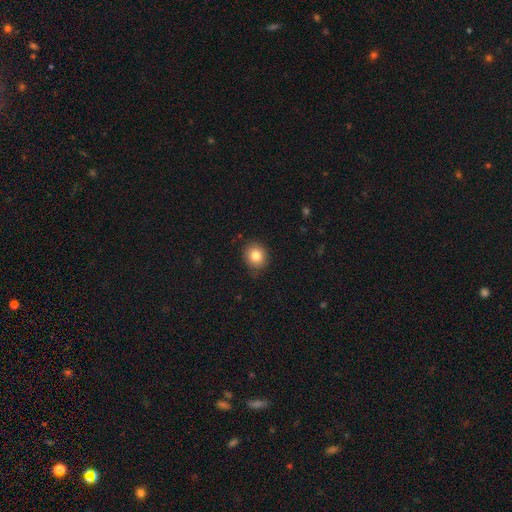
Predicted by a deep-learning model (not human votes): Q: Smooth or featured?
A: smooth (82%); runner-up: star or artifact (11%)
Q: How rounded?
A: round (81%); runner-up: in between (19%)
Q: Merging?
A: none (83%); runner-up: minor disturbance (13%)